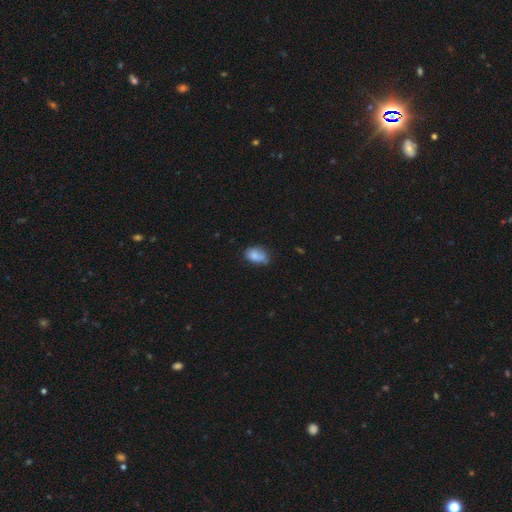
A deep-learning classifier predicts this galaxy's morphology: smooth 79%, featured or disk 12%, star or artifact 9%. Down the decision tree: how rounded — in between (86%); merging — none (50%).